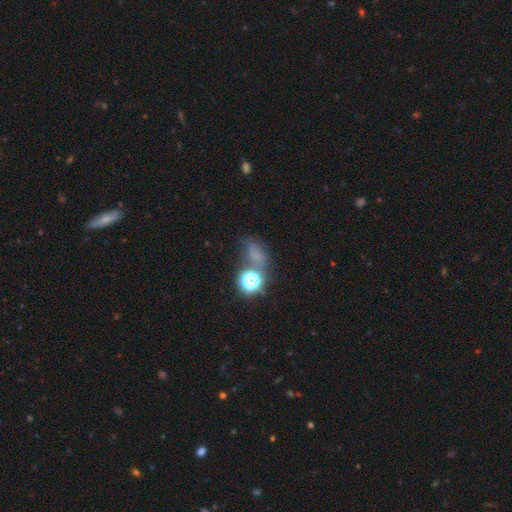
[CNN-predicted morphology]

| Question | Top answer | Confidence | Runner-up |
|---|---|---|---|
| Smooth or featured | smooth | 46% | star or artifact (37%) |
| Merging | none | 45% | minor disturbance (20%) |